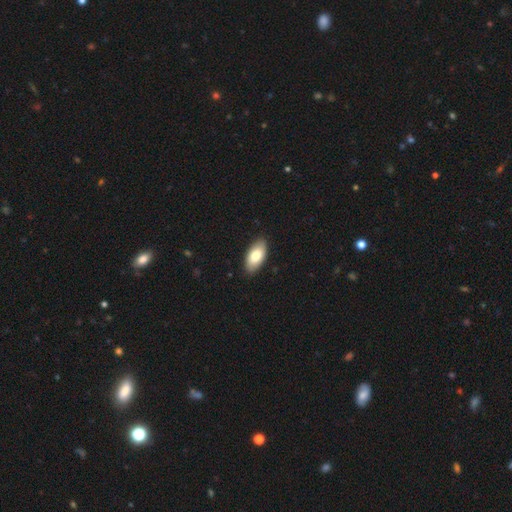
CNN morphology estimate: This appears to be a smooth galaxy with no disk features (81%) that is in between round and cigar-shaped (93%). Merging: none (88%).